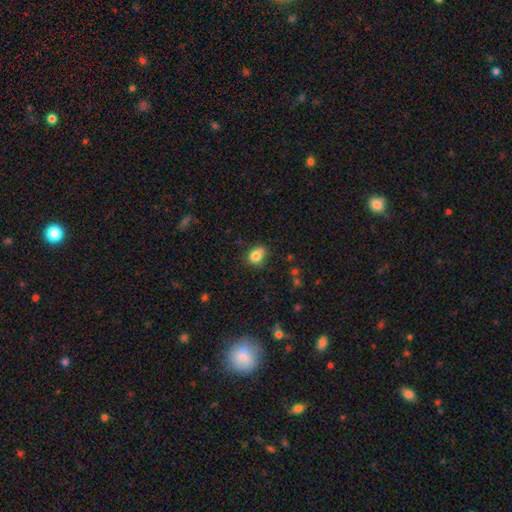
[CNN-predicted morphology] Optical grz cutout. It shows a smooth galaxy with no disk features (81%) that is round (55%). Merging: none (61%).